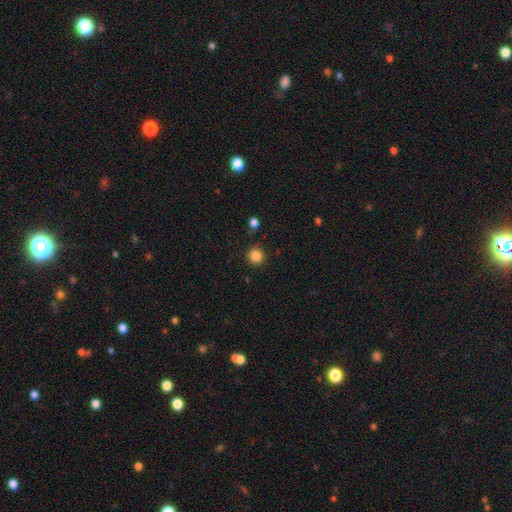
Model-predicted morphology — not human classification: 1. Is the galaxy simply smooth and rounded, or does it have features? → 86% smooth, 11% star or artifact, 3% featured or disk.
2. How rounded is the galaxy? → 93% round, 6% in between, 1% cigar-shaped.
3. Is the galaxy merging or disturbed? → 88% none, 7% minor disturbance, 2% major disturbance, 2% merger.